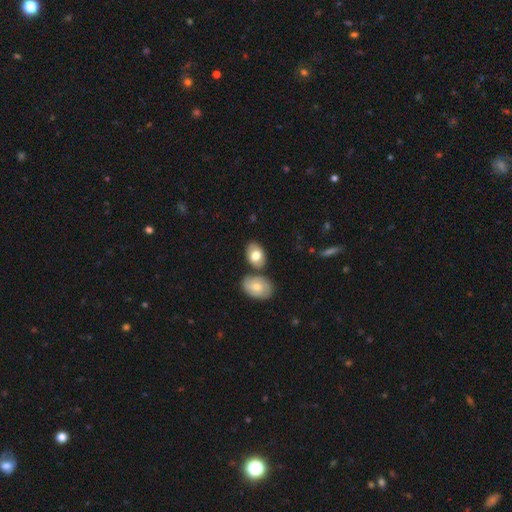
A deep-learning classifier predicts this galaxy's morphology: A smooth galaxy with no disk features (74%) that is in between round and cigar-shaped (86%).

Vote fractions:
- Smooth or featured? smooth: 74% / featured or disk: 19% / star or artifact: 6%
- How rounded? in between: 86% / round: 13% / cigar-shaped: 1%
- Merging? none: 61% / merger: 22% / minor disturbance: 14% / major disturbance: 3%